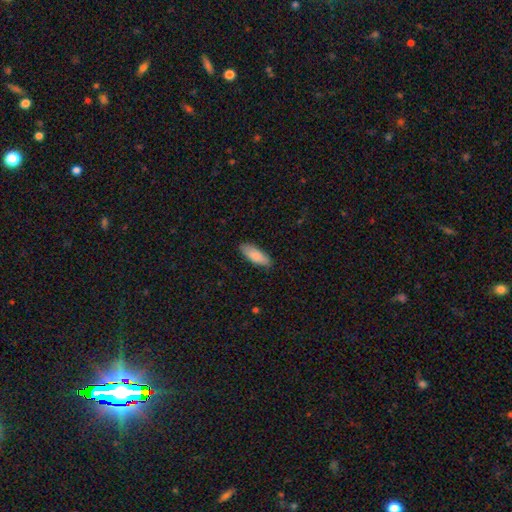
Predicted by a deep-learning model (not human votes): Q: Smooth or featured?
A: smooth (88%); runner-up: featured or disk (6%)
Q: How rounded?
A: in between (73%); runner-up: cigar-shaped (25%)
Q: Merging?
A: none (87%); runner-up: minor disturbance (10%)